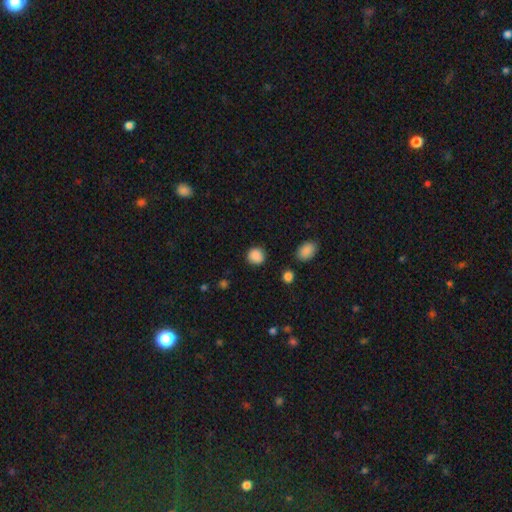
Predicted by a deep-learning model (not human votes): The model was most divided on "how rounded": round: 86%, in between: 13%, cigar-shaped: 1%. More confident: smooth or featured — smooth (87%); merging — none (85%).